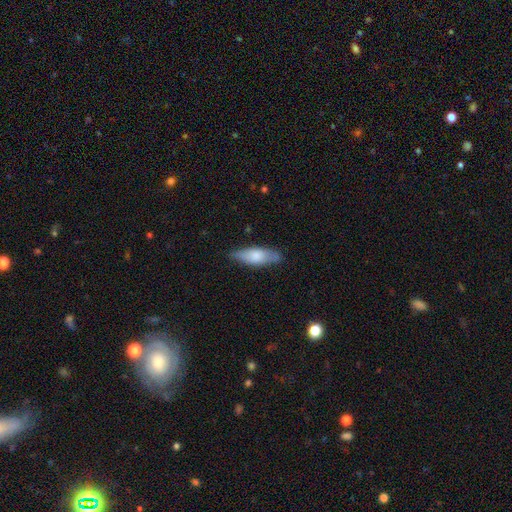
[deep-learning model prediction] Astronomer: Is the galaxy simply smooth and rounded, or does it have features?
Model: smooth — 69%.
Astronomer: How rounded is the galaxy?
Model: in between — 61% (runner-up: cigar-shaped, 37%).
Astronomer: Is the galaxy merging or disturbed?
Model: none — 76%.